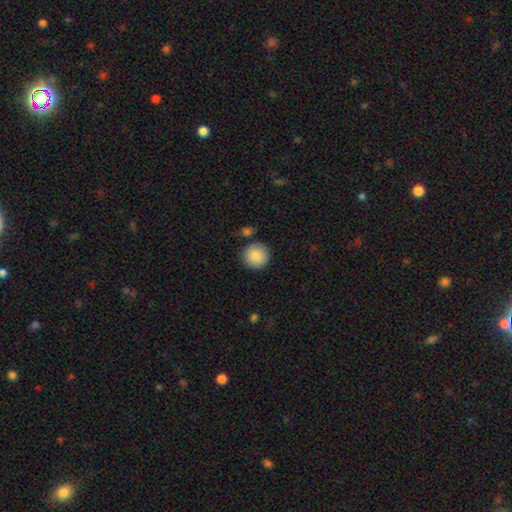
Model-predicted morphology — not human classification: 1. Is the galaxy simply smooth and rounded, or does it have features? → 87% smooth, 7% star or artifact, 5% featured or disk.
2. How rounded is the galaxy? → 94% round, 5% in between, 1% cigar-shaped.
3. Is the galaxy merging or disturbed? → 84% none, 9% minor disturbance, 4% merger, 3% major disturbance.